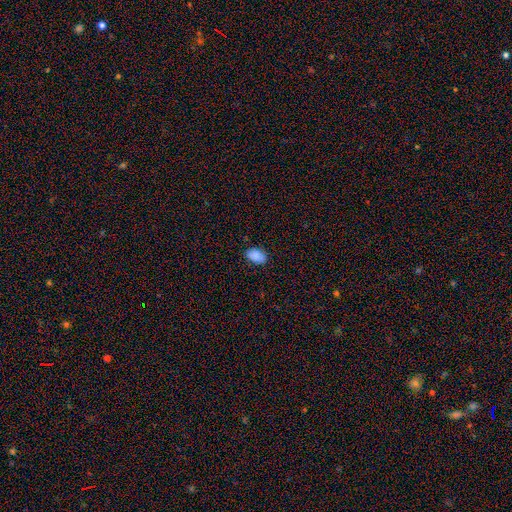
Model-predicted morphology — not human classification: Overall: smooth (88%). How rounded: in between (91%). Merging: none (83%).